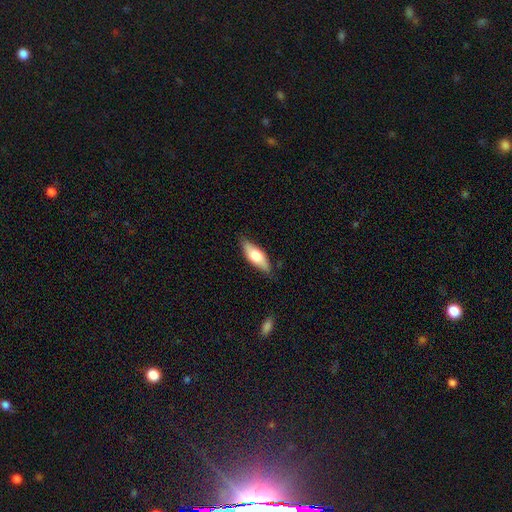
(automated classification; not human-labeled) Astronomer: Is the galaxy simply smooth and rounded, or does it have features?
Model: smooth — 62%.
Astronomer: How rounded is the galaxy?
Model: in between — 66%.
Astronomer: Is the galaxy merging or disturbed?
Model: none — 80%.